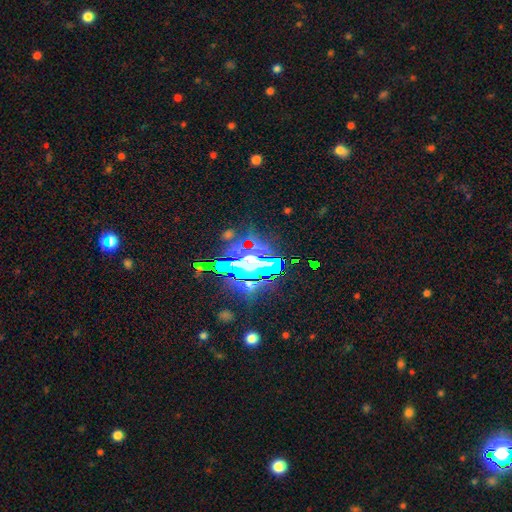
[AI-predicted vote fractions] This appears to be a star or artifact, not a galaxy (73%).